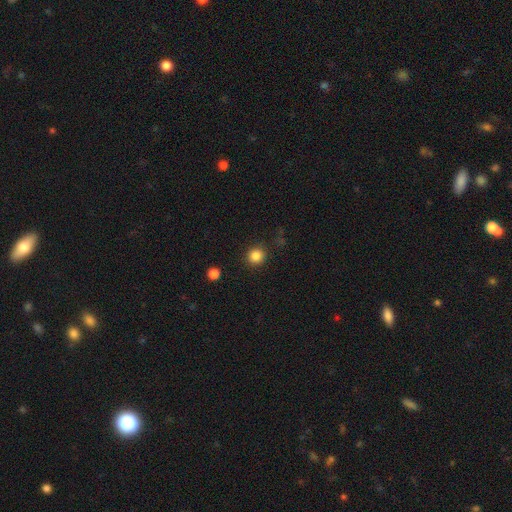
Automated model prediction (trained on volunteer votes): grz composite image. It shows a smooth galaxy with no disk features (84%) that is round (92%). Merging: none (89%).